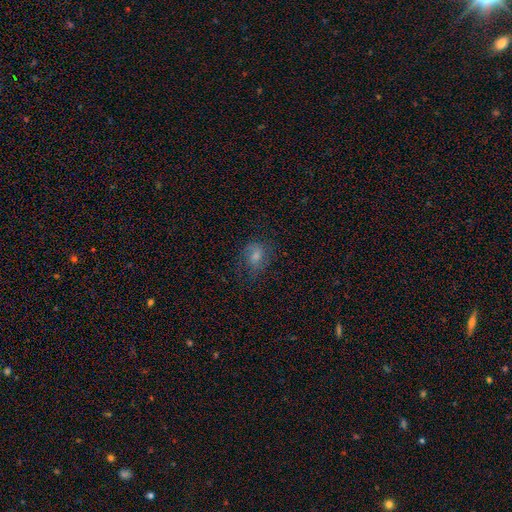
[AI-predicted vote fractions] A smooth galaxy with no disk features (45%).

Vote fractions:
- Smooth or featured? smooth: 45% / featured or disk: 37% / star or artifact: 19%
- Merging? none: 69% / minor disturbance: 19% / major disturbance: 11% / merger: 1%